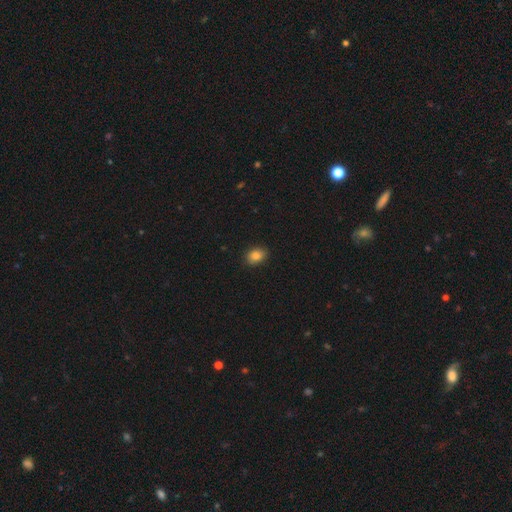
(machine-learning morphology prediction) Smooth or featured? smooth (86%)
How rounded? in between (69%)
Merging? none (86%)